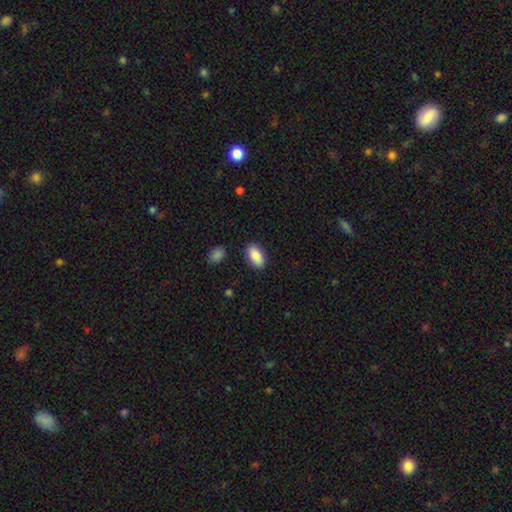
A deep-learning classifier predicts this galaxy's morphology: Smooth or featured?
  - smooth: 87% *
  - star or artifact: 6%
  - featured or disk: 6%
How rounded?
  - in between: 93% *
  - cigar-shaped: 4%
  - round: 3%
Merging?
  - none: 86% *
  - minor disturbance: 9%
  - major disturbance: 2%
  - merger: 2%